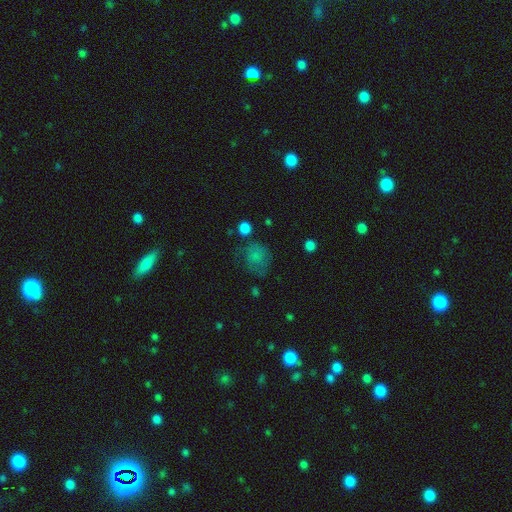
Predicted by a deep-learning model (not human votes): Smooth or featured? smooth (70%)
How rounded? round (69%)
Merging? none (47%)